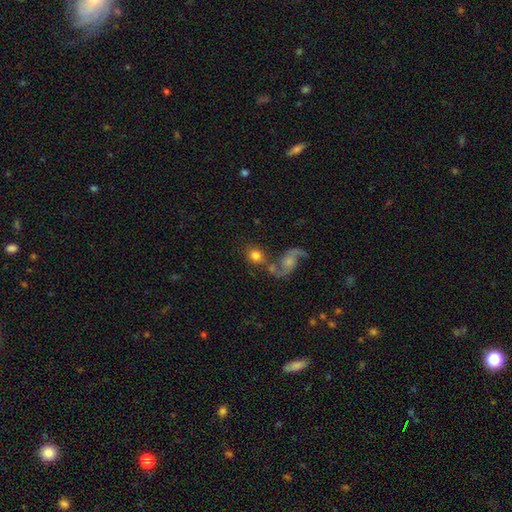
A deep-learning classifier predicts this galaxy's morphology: Q: Smooth or featured?
A: smooth (70%); runner-up: featured or disk (22%)
Q: How rounded?
A: round (74%); runner-up: in between (24%)
Q: Merging?
A: none (47%); runner-up: merger (35%)